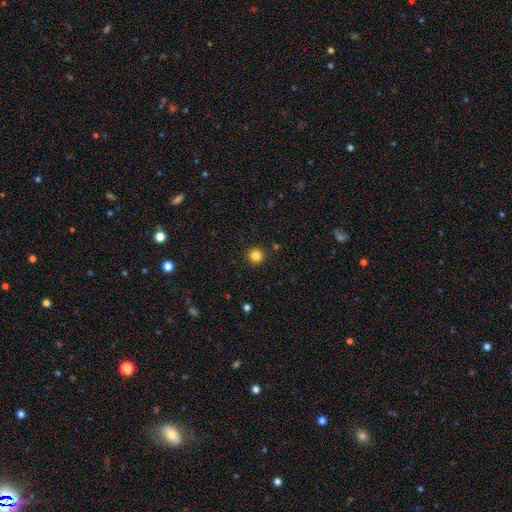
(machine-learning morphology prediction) Smooth or featured? smooth (84%)
How rounded? round (96%)
Merging? none (93%)